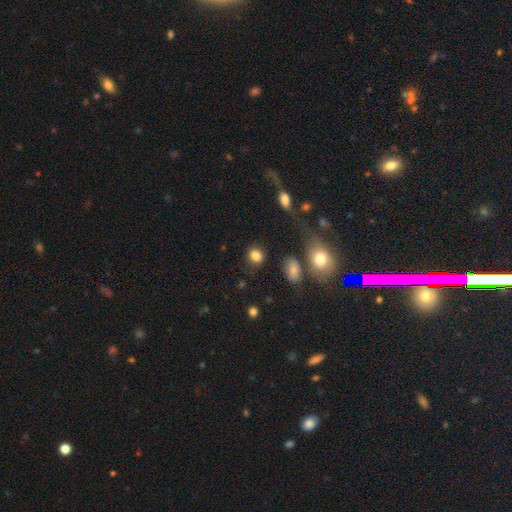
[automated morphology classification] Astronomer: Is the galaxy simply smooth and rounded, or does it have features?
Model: smooth — 85%.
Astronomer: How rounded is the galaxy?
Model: round — 78%.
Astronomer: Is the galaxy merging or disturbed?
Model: none — 81%.